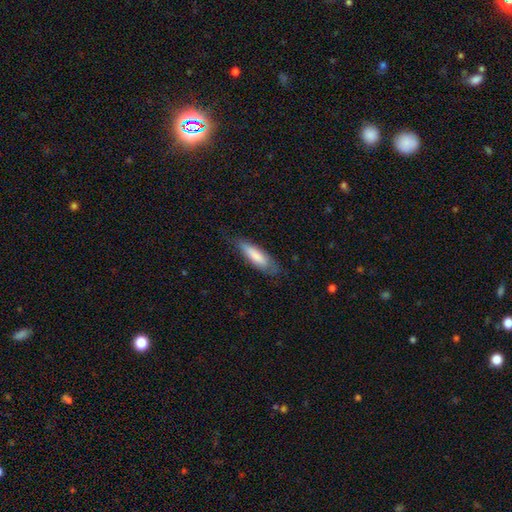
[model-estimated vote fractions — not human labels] Smooth or featured? smooth (79%)
How rounded? cigar-shaped (56%)
Merging? none (69%)